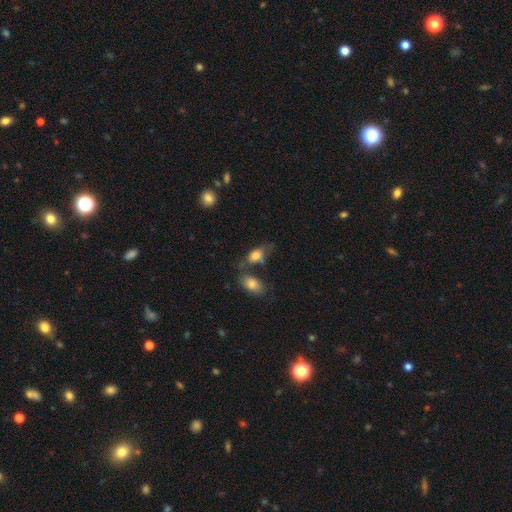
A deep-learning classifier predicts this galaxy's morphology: Q: Smooth or featured?
A: smooth (75%); runner-up: featured or disk (16%)
Q: How rounded?
A: in between (84%); runner-up: round (10%)
Q: Merging?
A: none (41%); runner-up: merger (26%)